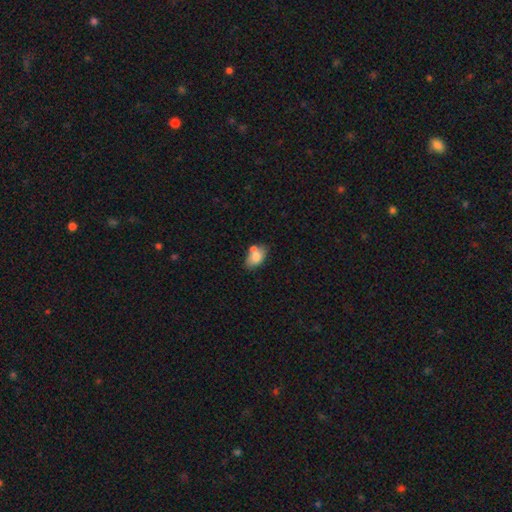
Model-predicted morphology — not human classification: Smooth or featured: smooth — 77% (featured or disk — 15%)
How rounded: in between — 88% (round — 10%)
Merging: none — 50% (merger — 25%)